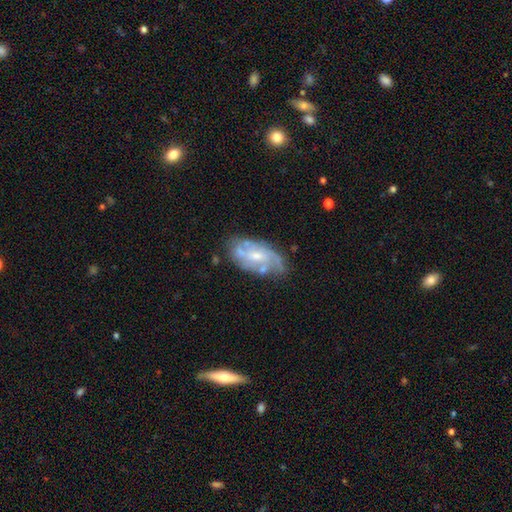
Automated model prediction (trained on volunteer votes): Q: Smooth or featured?
A: featured or disk (72%); runner-up: smooth (21%)
Q: Edge-on disk?
A: no (94%); runner-up: yes (6%)
Q: Bar?
A: no (54%); runner-up: weak (38%)
Q: Spiral arms?
A: yes (73%); runner-up: no (27%)
Q: Bulge size?
A: small (55%); runner-up: moderate (37%)
Q: Merging?
A: none (58%); runner-up: minor disturbance (25%)